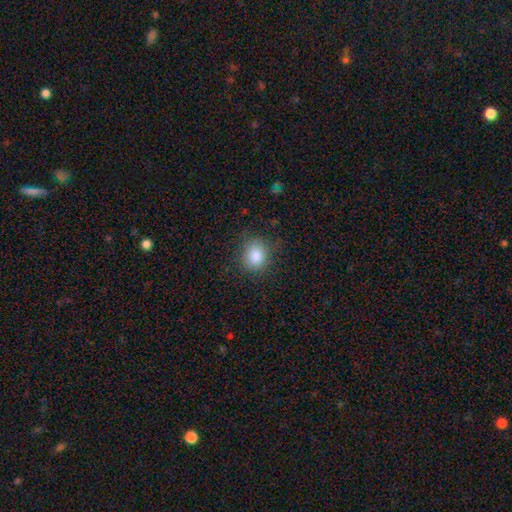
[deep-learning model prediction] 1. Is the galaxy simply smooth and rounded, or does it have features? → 85% smooth, 9% star or artifact, 6% featured or disk.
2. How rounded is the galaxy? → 68% round, 31% in between, 1% cigar-shaped.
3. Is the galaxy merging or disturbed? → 80% none, 14% minor disturbance, 5% major disturbance, 1% merger.